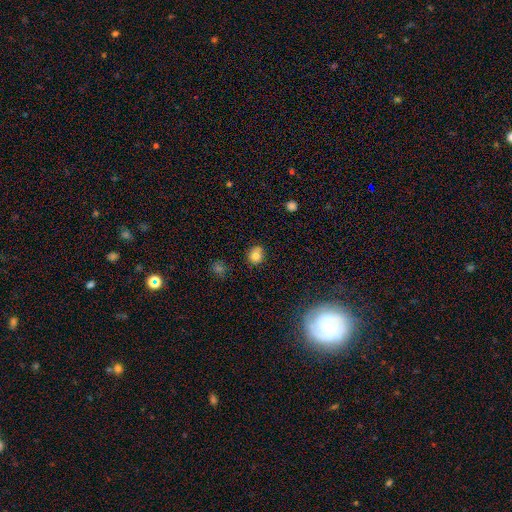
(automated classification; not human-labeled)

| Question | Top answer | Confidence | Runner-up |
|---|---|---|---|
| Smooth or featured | smooth | 80% | star or artifact (12%) |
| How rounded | round | 78% | in between (21%) |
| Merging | none | 77% | minor disturbance (17%) |